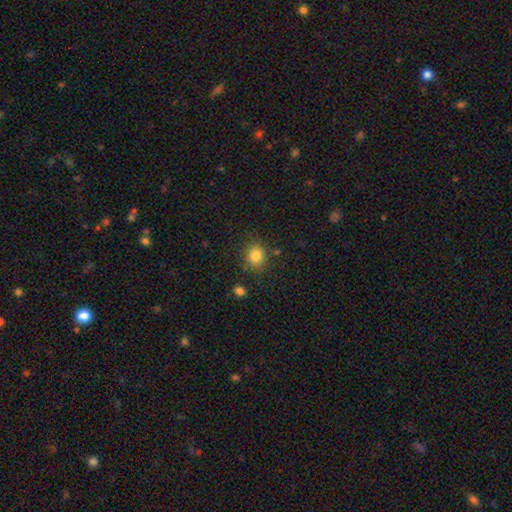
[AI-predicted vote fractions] smooth 83%, star or artifact 11%, featured or disk 6%. Down the decision tree: how rounded — round (74%); merging — none (81%).